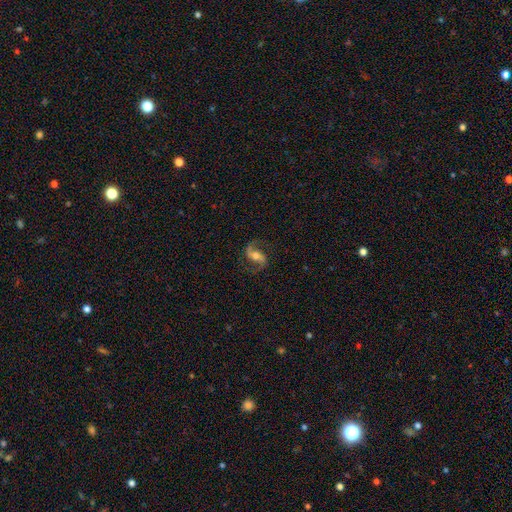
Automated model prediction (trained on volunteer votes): Smooth or featured: featured or disk — 88% (smooth — 7%)
Edge-on disk: no — 97% (yes — 3%)
Bar: weak — 39% (strong — 31%)
Spiral arms: yes — 97% (no — 3%)
Spiral winding: loose — 52% (medium — 40%)
Spiral arm count: 2 — 94% (can't tell — 2%)
Bulge size: moderate — 62% (small — 27%)
Merging: none — 81% (minor disturbance — 12%)